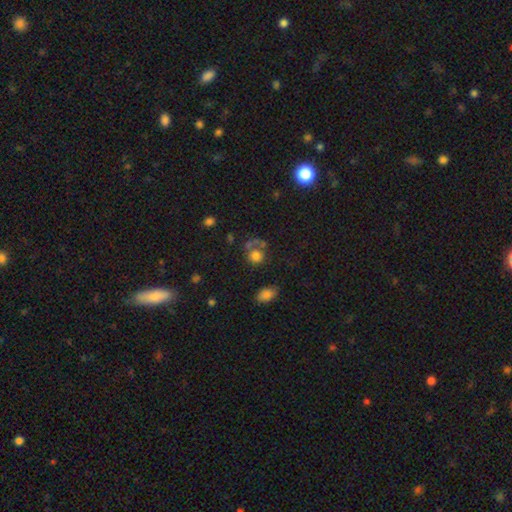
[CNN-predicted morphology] This is likely a smooth galaxy (71%). How rounded: likely round (77%). Merging: marginally none (44%).